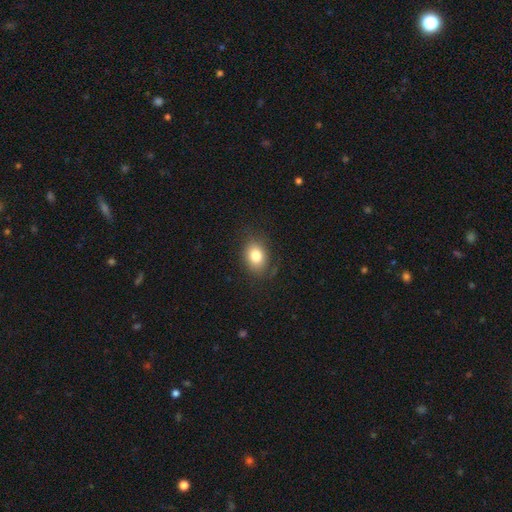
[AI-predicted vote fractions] A smooth galaxy with no disk features (81%) that is in between round and cigar-shaped (68%).

Vote fractions:
- Smooth or featured? smooth: 81% / featured or disk: 10% / star or artifact: 10%
- How rounded? in between: 68% / round: 31% / cigar-shaped: 1%
- Merging? none: 79% / minor disturbance: 15% / major disturbance: 5% / merger: 1%